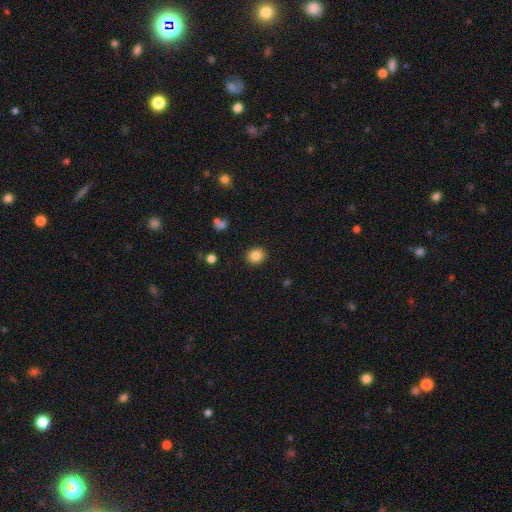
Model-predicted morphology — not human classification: type=smooth (84%); roundness=round (81%); merging=none (91%).